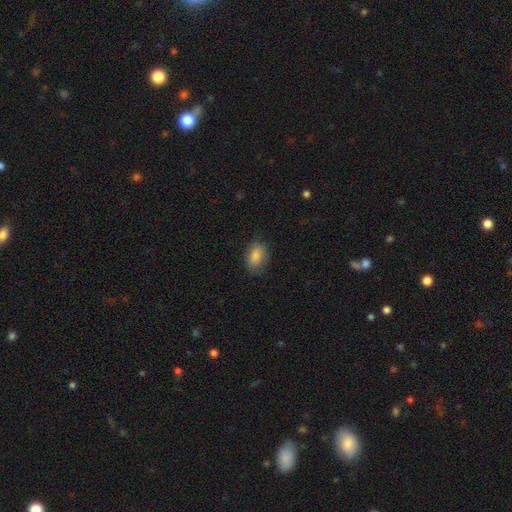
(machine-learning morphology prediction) Smooth or featured? smooth (85%)
How rounded? in between (85%)
Merging? none (77%)